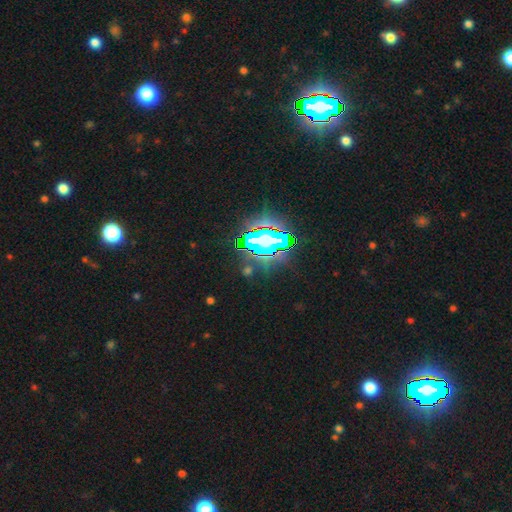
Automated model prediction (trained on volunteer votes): A star or artifact, not a galaxy (84%).